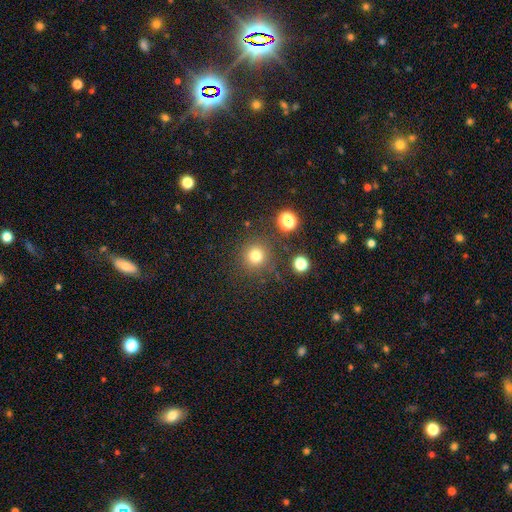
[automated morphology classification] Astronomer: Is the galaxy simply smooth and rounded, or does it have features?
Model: smooth — 77%.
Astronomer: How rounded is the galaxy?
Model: round — 95%.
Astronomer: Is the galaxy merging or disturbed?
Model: none — 85%.